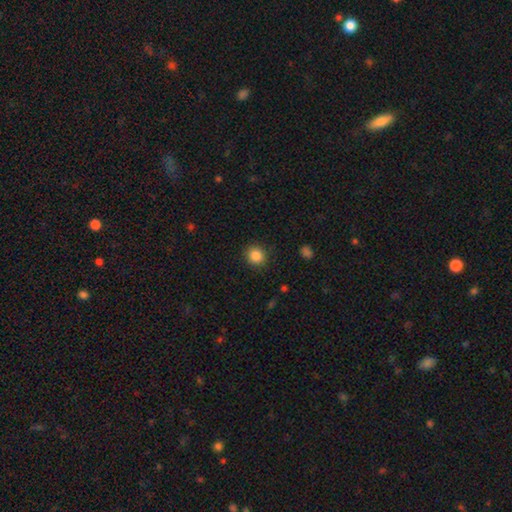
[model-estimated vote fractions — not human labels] Q: Smooth or featured?
A: smooth (85%); runner-up: star or artifact (10%)
Q: How rounded?
A: round (89%); runner-up: in between (10%)
Q: Merging?
A: none (89%); runner-up: minor disturbance (7%)